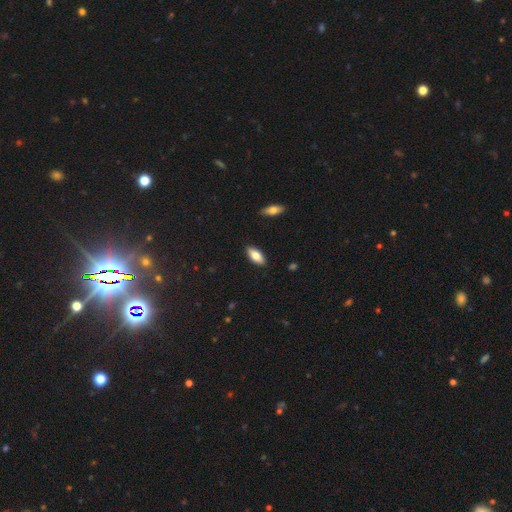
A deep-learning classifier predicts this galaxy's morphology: smooth-or-featured: smooth: 76% | featured or disk: 18% | star or artifact: 6%
  how-rounded: in between: 84% | cigar-shaped: 14% | round: 2%
  merging: none: 88% | minor disturbance: 9% | major disturbance: 2% | merger: 1%